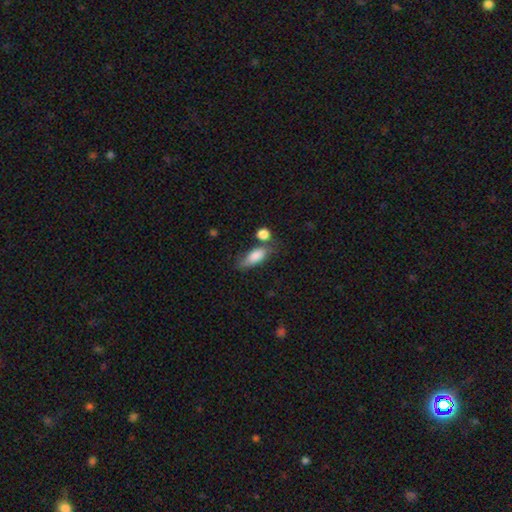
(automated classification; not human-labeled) Smooth or featured? Predicted: smooth (p=0.81). How rounded? Predicted: in between (p=0.74). Merging? Predicted: none (p=0.47).